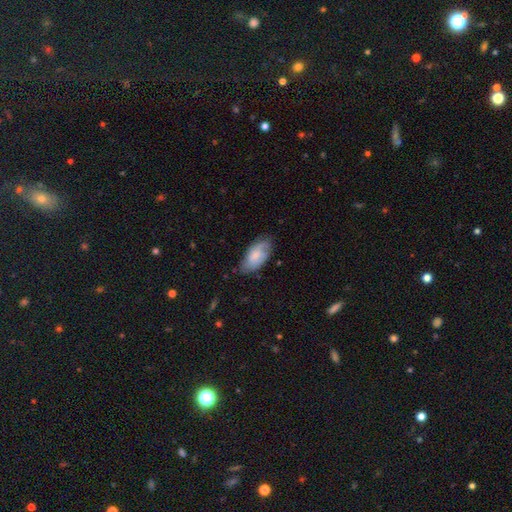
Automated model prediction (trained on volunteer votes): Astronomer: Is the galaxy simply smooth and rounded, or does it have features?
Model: smooth — 55% (runner-up: featured or disk, 39%).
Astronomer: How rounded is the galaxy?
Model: in between — 92%.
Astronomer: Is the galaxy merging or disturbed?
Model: none — 67%.